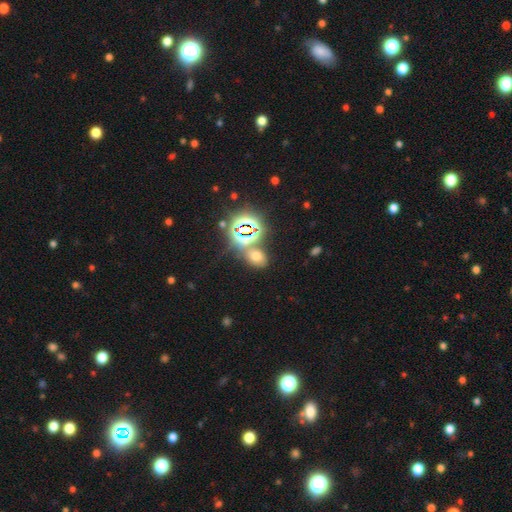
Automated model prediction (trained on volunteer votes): Smooth or featured: smooth — 49% (star or artifact — 42%)
Merging: none — 63% (merger — 19%)